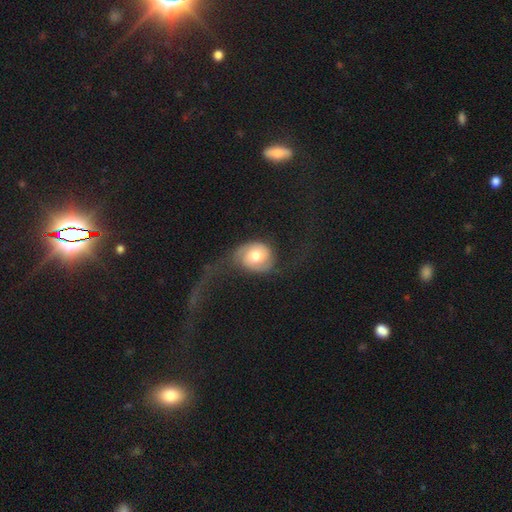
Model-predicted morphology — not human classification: Smooth or featured: featured or disk — 55% (smooth — 39%)
Edge-on disk: no — 96% (yes — 4%)
Bar: no — 75% (weak — 21%)
Spiral arms: yes — 80% (no — 20%)
Bulge size: moderate — 71% (large — 17%)
Merging: major disturbance — 42% (none — 36%)